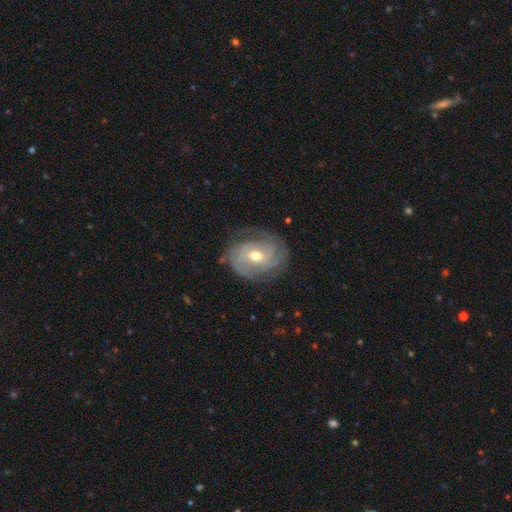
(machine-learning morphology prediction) This is clearly a featured or disk galaxy (84%). It is clearly not viewed edge-on (97%). Bar: possibly no (47%). Spiral arm pattern: clearly yes (94%). Spiral arm count: marginally 2 (32%). Spiral winding: likely tight (65%). Central bulge: likely moderate (65%). Merging: likely none (73%).